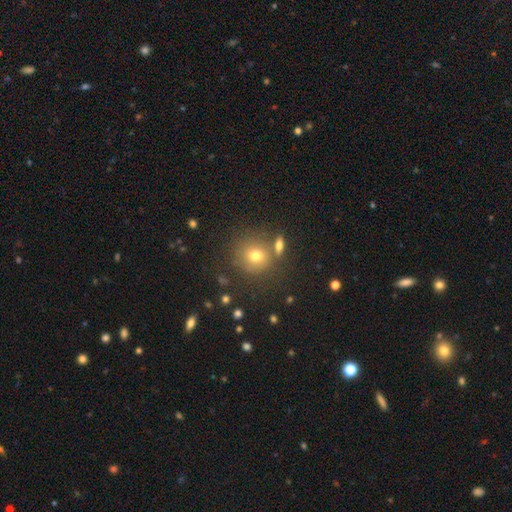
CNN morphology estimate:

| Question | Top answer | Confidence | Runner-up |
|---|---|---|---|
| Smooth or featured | smooth | 71% | star or artifact (17%) |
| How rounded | round | 87% | in between (12%) |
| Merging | none | 72% | merger (14%) |